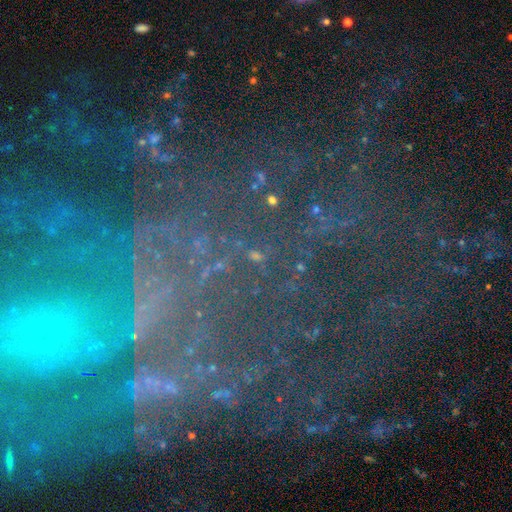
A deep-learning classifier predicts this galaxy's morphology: A star or artifact, not a galaxy (73%).